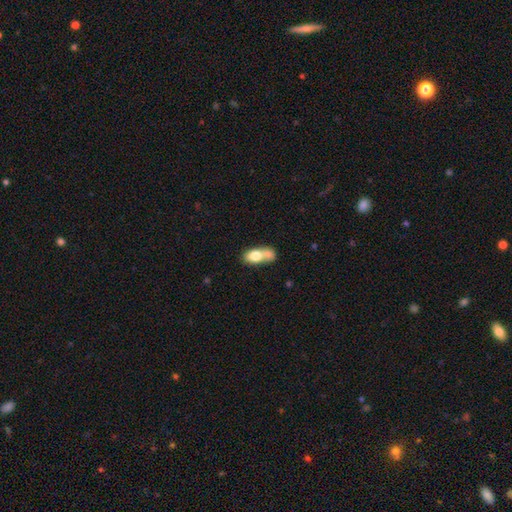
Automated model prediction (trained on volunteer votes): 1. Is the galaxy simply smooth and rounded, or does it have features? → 73% smooth, 19% featured or disk, 8% star or artifact.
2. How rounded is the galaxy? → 80% in between, 13% round, 7% cigar-shaped.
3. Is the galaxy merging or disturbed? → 57% merger, 24% none, 12% minor disturbance, 7% major disturbance.